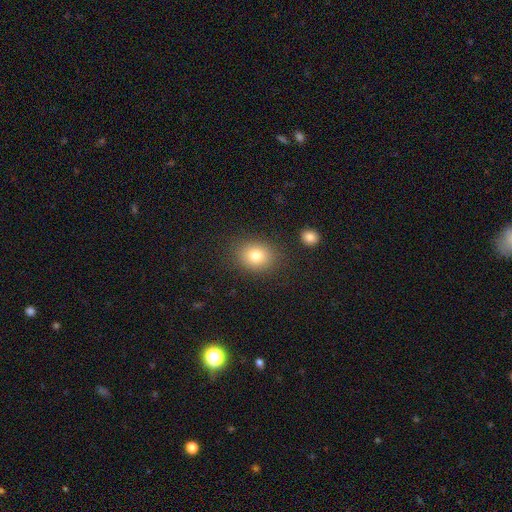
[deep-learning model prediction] smooth 80%, star or artifact 11%, featured or disk 9%. Down the decision tree: how rounded — round (56%); merging — none (84%).